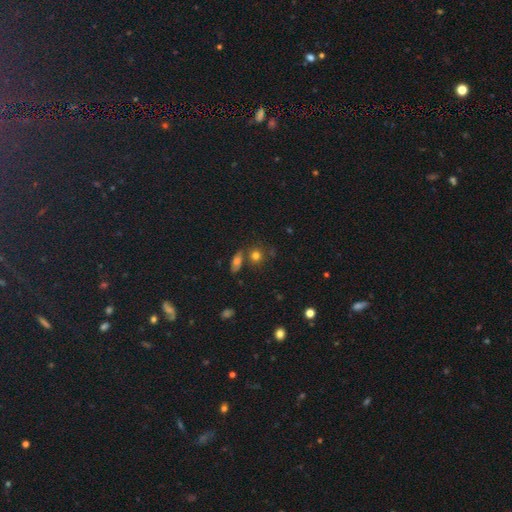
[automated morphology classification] Q: Smooth or featured?
A: smooth (74%); runner-up: star or artifact (15%)
Q: How rounded?
A: round (77%); runner-up: in between (20%)
Q: Merging?
A: none (66%); runner-up: merger (18%)